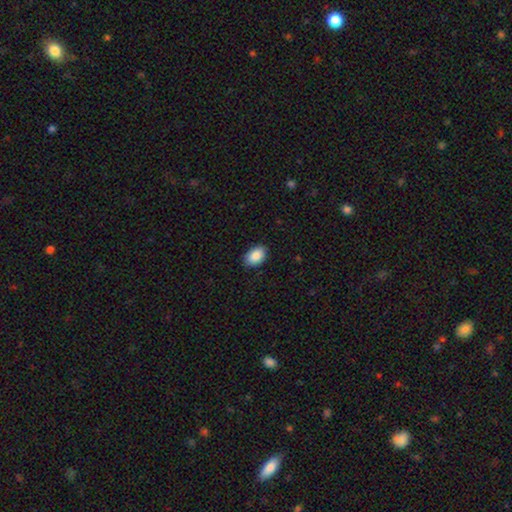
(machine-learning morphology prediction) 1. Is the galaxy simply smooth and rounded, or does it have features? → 89% smooth, 7% star or artifact, 4% featured or disk.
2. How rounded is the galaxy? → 89% in between, 10% round, 1% cigar-shaped.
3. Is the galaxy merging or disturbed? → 87% none, 10% minor disturbance, 2% major disturbance, 1% merger.